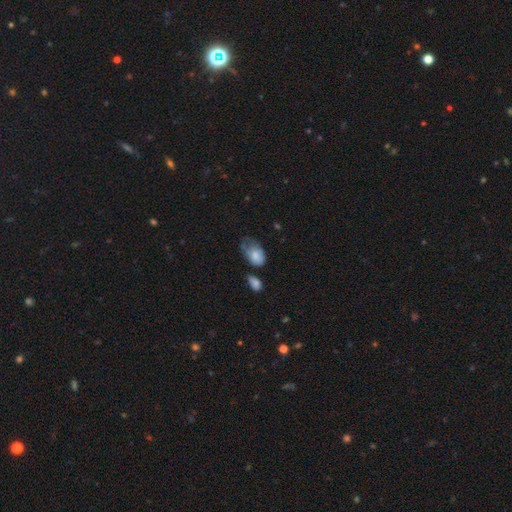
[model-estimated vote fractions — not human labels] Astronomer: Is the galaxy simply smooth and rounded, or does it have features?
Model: smooth — 75%.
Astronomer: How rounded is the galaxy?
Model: in between — 83%.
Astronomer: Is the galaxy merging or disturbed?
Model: minor disturbance — 39% (runner-up: major disturbance, 28%).